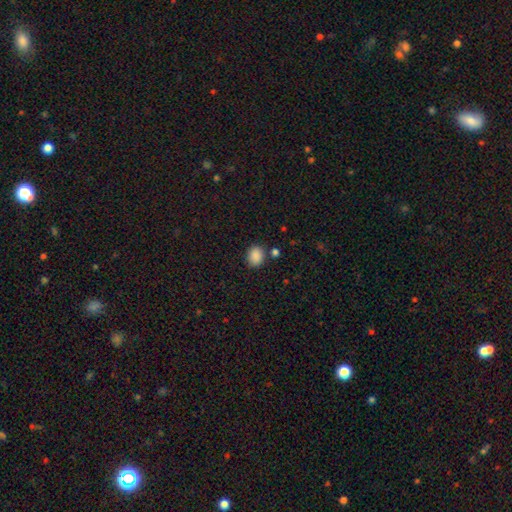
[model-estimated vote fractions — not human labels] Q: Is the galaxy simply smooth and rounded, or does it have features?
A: smooth — 88%.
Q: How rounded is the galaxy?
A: in between — 55%.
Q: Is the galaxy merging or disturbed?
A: none — 80%.